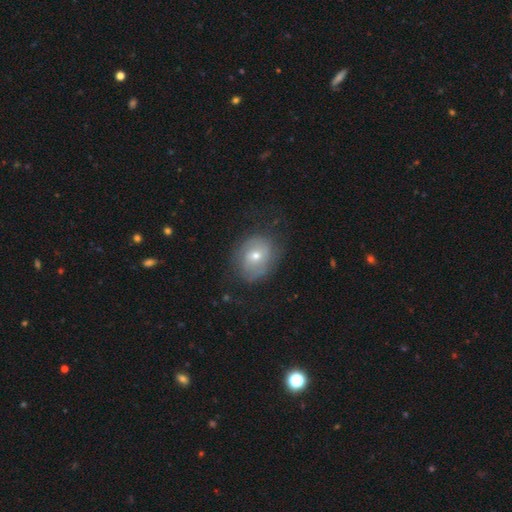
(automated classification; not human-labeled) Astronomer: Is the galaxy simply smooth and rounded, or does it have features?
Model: smooth — 46% (runner-up: featured or disk, 45%).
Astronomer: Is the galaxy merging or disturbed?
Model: none — 68%.